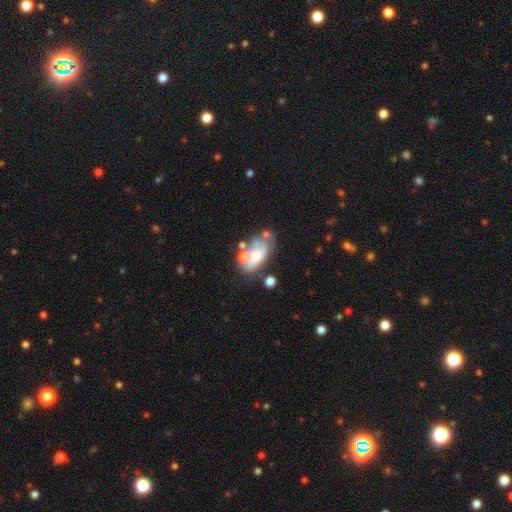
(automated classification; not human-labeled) featured or disk 49%, smooth 42%, star or artifact 9%. Down the decision tree: merging — none (37%).